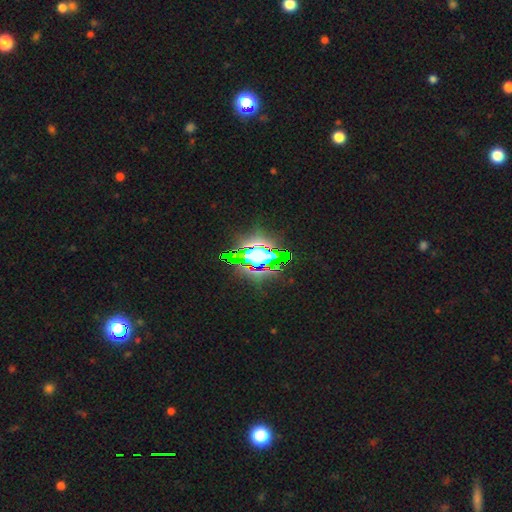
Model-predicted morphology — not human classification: Smooth or featured: star or artifact — 69% (smooth — 18%)